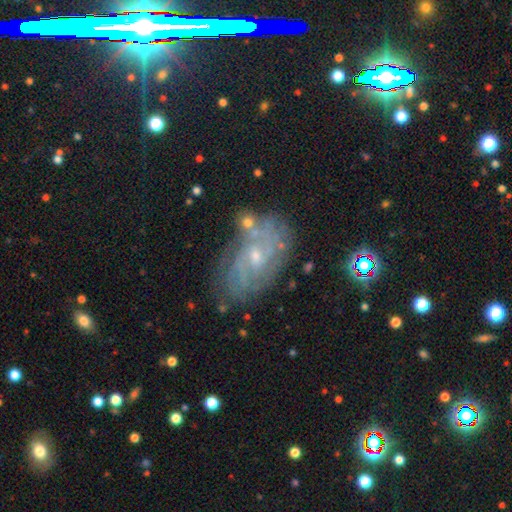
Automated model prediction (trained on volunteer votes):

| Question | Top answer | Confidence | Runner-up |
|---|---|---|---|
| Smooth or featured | featured or disk | 65% | star or artifact (18%) |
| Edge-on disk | no | 93% | yes (7%) |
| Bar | no | 59% | weak (33%) |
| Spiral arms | yes | 85% | no (15%) |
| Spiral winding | tight | 63% | medium (27%) |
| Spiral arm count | can't tell | 53% | 2 (19%) |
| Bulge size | small | 71% | moderate (25%) |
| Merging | none | 72% | minor disturbance (18%) |